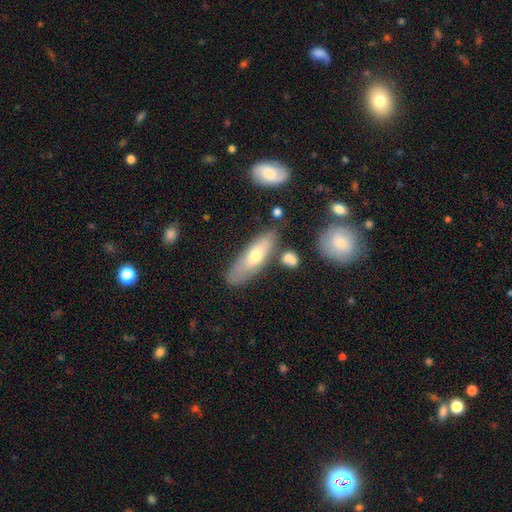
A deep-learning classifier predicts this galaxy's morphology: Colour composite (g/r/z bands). It shows a smooth galaxy with no disk features (58%) that is in between round and cigar-shaped (49%). Merging: none (70%).